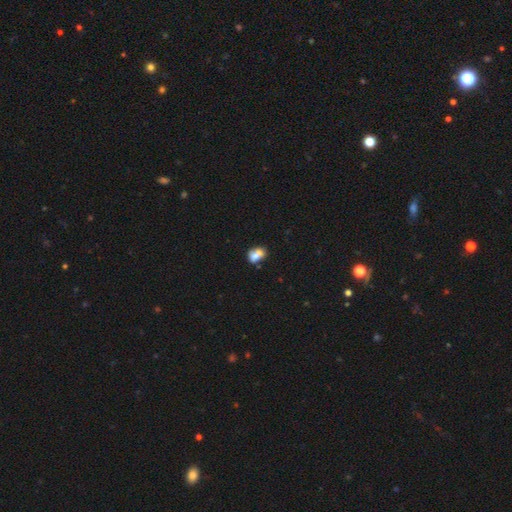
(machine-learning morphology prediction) A smooth galaxy with no disk features (68%) that is in between round and cigar-shaped (69%).

Vote fractions:
- Smooth or featured? smooth: 68% / featured or disk: 22% / star or artifact: 10%
- How rounded? in between: 69% / round: 30% / cigar-shaped: 2%
- Merging? merger: 44% / none: 34% / minor disturbance: 16% / major disturbance: 7%